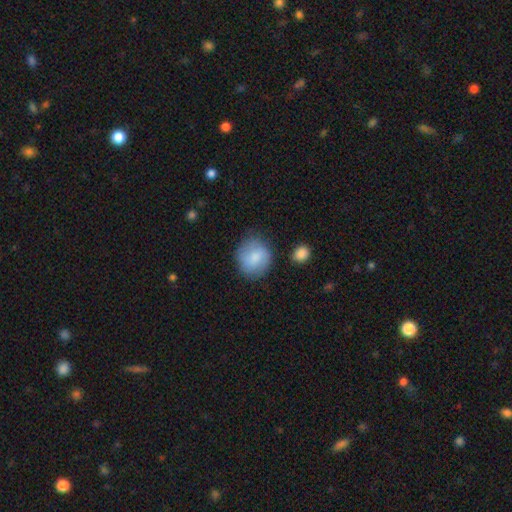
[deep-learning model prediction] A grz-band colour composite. It shows a smooth galaxy with no disk features (77%) that is round (78%). Merging: none (74%).